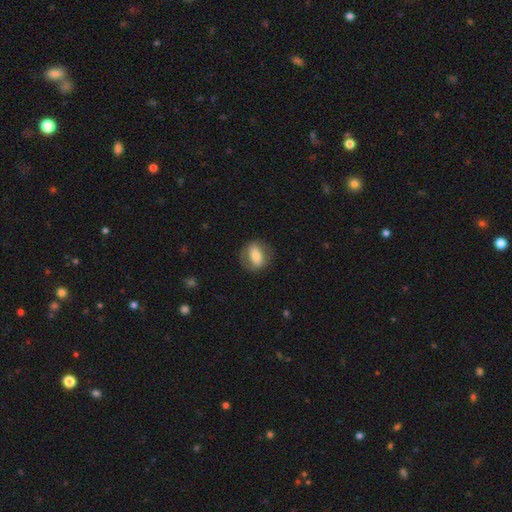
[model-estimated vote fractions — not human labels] This appears to be a smooth galaxy with no disk features (58%) that is in between round and cigar-shaped (61%). Merging: none (78%).